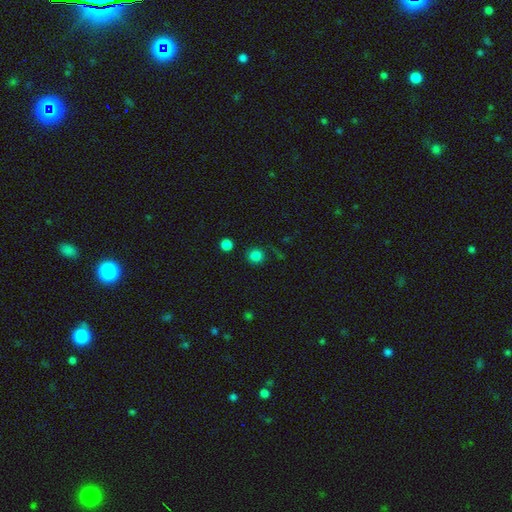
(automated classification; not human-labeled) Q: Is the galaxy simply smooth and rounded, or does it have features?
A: smooth — 83%.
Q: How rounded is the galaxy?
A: round — 91%.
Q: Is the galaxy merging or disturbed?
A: none — 84%.